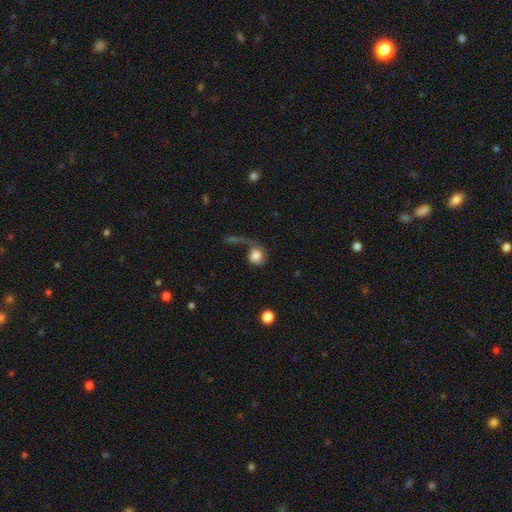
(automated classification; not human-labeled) smooth_or_featured: smooth (p=0.67) [alt: featured or disk p=0.25]
how_rounded: round (p=0.78) [alt: in between p=0.20]
merging: major disturbance (p=0.46) [alt: none p=0.29]